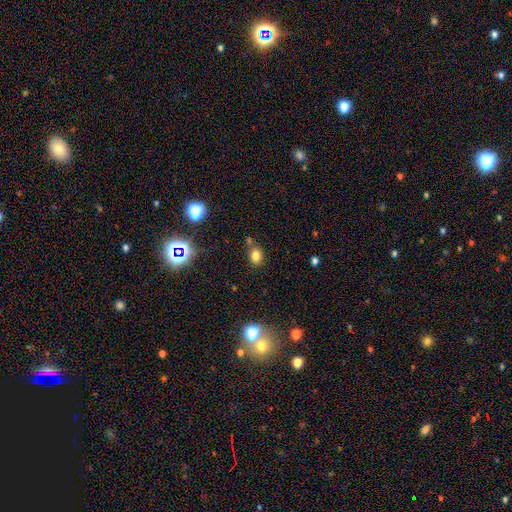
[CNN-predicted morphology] The model was most divided on "how rounded": in between: 60%, round: 39%, cigar-shaped: 1%. More confident: smooth or featured — smooth (77%); merging — none (70%).